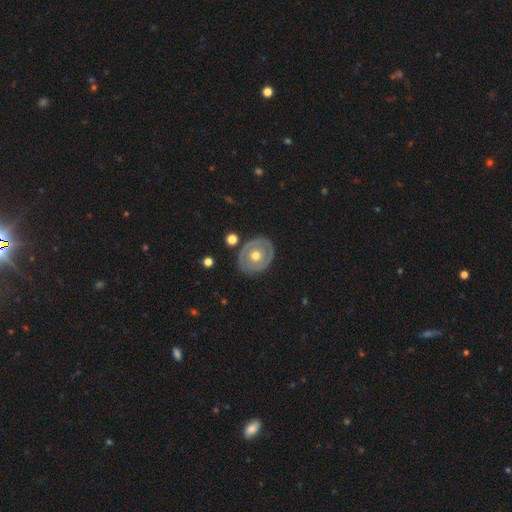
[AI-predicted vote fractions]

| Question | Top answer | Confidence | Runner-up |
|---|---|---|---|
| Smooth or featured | featured or disk | 63% | smooth (32%) |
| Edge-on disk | no | 94% | yes (6%) |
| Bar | no | 88% | weak (9%) |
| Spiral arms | no | 72% | yes (28%) |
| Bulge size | moderate | 78% | large (13%) |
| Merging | none | 81% | minor disturbance (12%) |